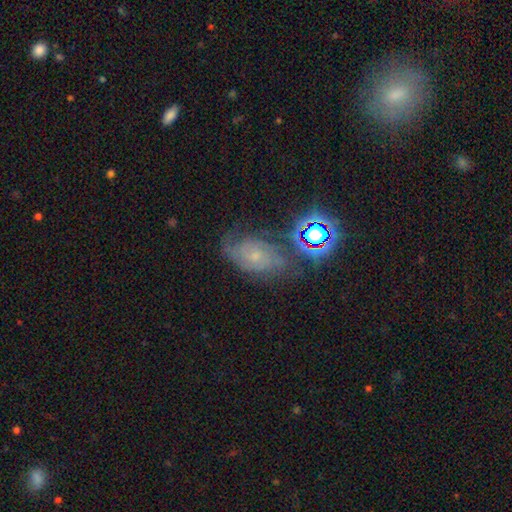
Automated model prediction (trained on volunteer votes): Smooth or featured? featured or disk (58%)
Edge-on disk? no (95%)
Bar? no (76%)
Spiral arms? yes (89%)
Bulge size? small (73%)
Merging? none (58%)